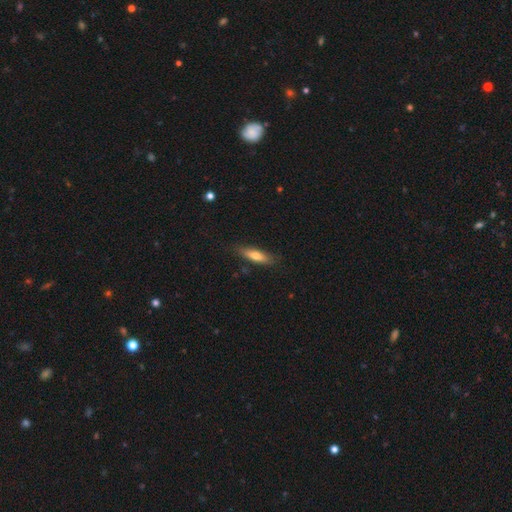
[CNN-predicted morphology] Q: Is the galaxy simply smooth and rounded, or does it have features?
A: smooth — 67%.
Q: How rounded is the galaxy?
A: cigar-shaped — 61%.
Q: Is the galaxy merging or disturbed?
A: none — 81%.